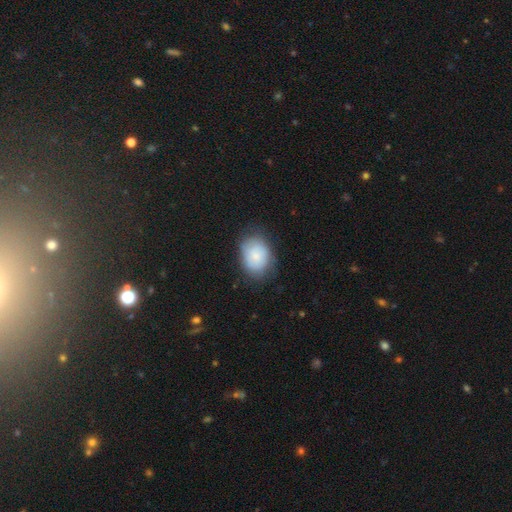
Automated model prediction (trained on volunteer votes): Smooth or featured?
  - smooth: 77% *
  - featured or disk: 16%
  - star or artifact: 7%
How rounded?
  - in between: 61% *
  - round: 38%
  - cigar-shaped: 1%
Merging?
  - none: 71% *
  - minor disturbance: 21%
  - major disturbance: 7%
  - merger: 1%